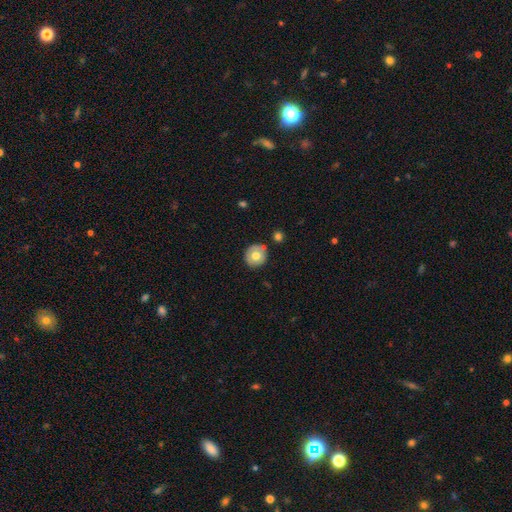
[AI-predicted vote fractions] A smooth galaxy with no disk features (65%) that is round (88%). Merging: none (79%).